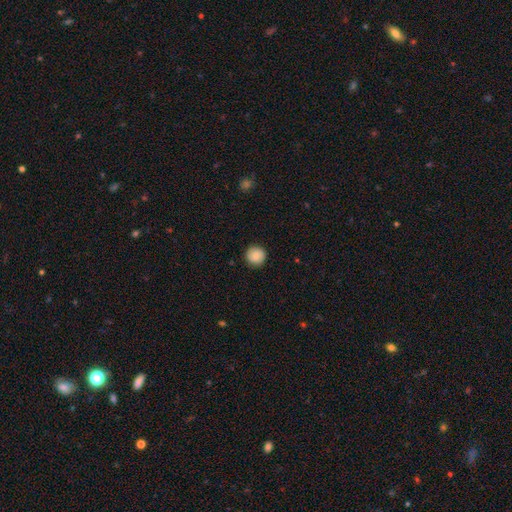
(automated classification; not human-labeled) A smooth galaxy with no disk features (86%) that is round (94%).

Vote fractions:
- Smooth or featured? smooth: 86% / star or artifact: 8% / featured or disk: 7%
- How rounded? round: 94% / in between: 5% / cigar-shaped: 1%
- Merging? none: 89% / minor disturbance: 8% / major disturbance: 2% / merger: 1%